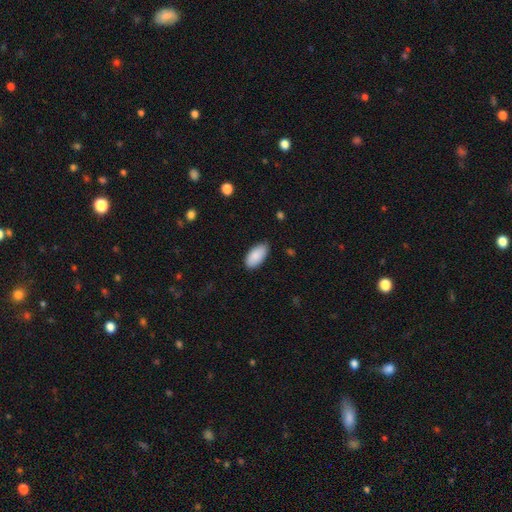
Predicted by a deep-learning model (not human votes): This is clearly a smooth galaxy (88%). How rounded: clearly in between (95%). Merging: clearly none (82%).